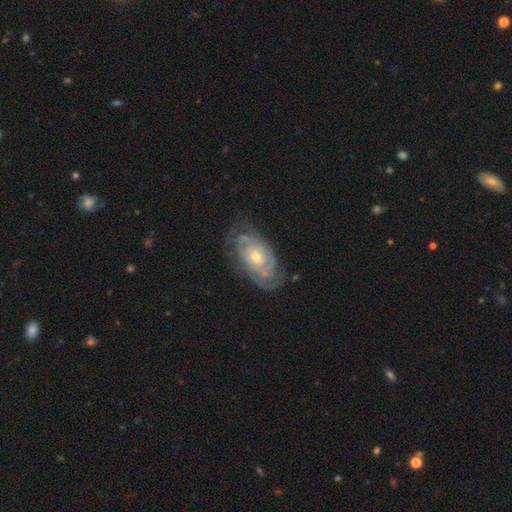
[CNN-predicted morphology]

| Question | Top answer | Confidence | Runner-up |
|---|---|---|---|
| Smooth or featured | featured or disk | 83% | smooth (11%) |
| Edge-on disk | no | 95% | yes (5%) |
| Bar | no | 79% | weak (17%) |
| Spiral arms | yes | 92% | no (8%) |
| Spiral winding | tight | 72% | medium (22%) |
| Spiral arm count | can't tell | 45% | 2 (22%) |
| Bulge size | moderate | 49% | small (47%) |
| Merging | none | 70% | minor disturbance (20%) |